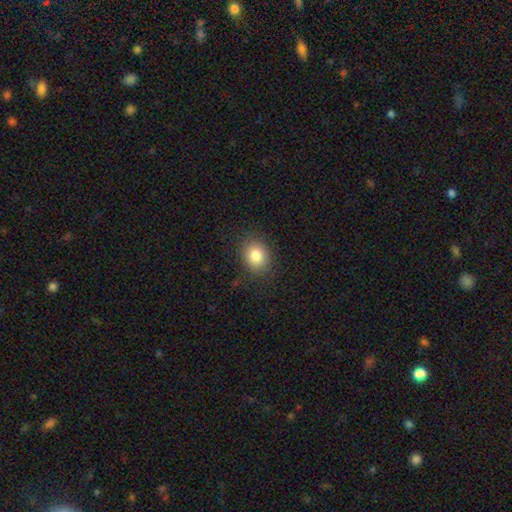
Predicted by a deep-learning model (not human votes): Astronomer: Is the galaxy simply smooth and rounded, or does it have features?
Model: smooth — 83%.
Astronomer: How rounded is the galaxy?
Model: round — 53% (runner-up: in between, 46%).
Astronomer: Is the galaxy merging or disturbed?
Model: none — 86%.